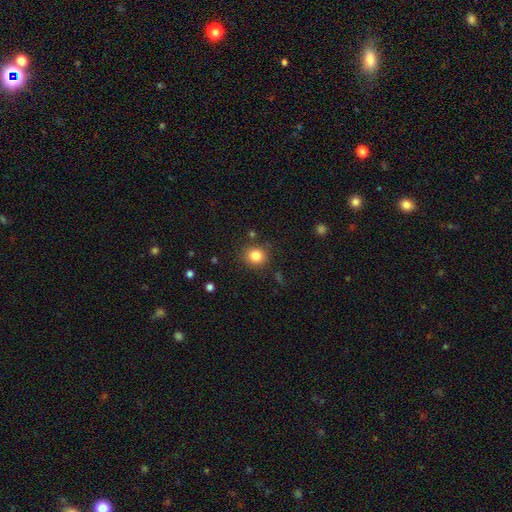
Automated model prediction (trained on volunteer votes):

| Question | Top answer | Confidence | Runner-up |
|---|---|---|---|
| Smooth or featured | smooth | 83% | star or artifact (11%) |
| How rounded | round | 86% | in between (13%) |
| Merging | none | 86% | minor disturbance (9%) |